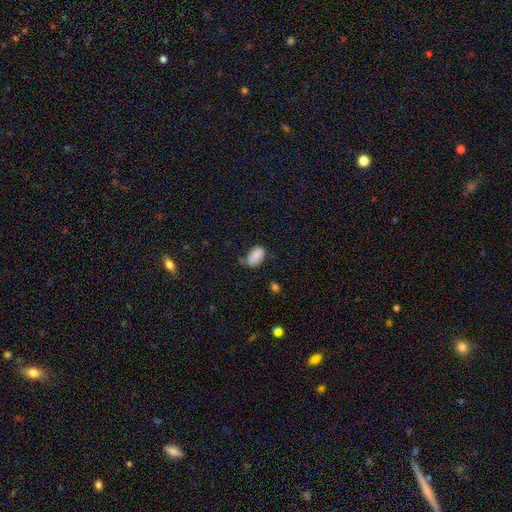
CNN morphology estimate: A smooth galaxy with no disk features (84%) that is in between round and cigar-shaped (93%). Merging: none (56%).